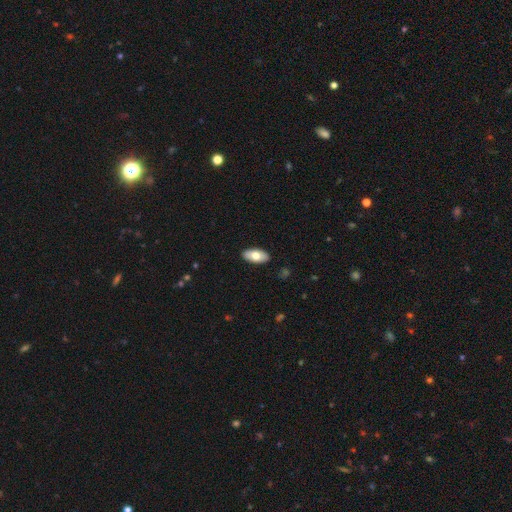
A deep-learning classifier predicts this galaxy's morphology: A smooth galaxy with no disk features (72%) that is in between round and cigar-shaped (93%). Merging: none (89%).